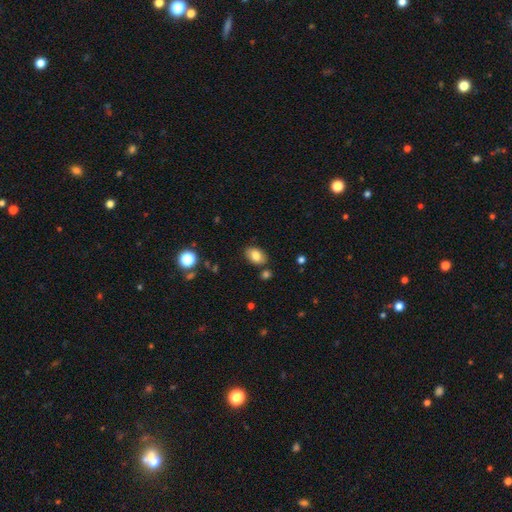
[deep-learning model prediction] Smooth or featured? smooth (82%)
How rounded? in between (89%)
Merging? none (82%)